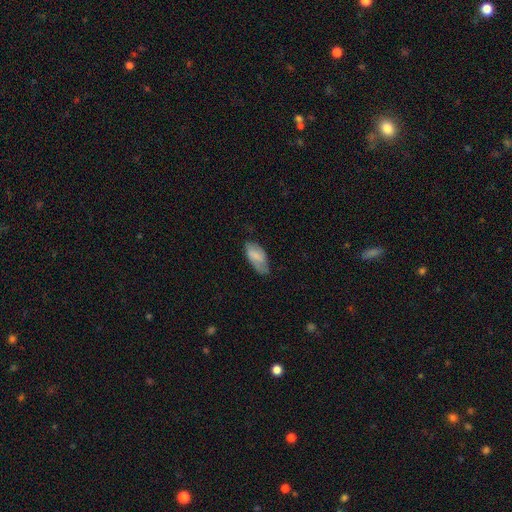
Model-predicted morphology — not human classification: Smooth or featured? Predicted: smooth (p=0.66). How rounded? Predicted: in between (p=0.92). Merging? Predicted: none (p=0.57).